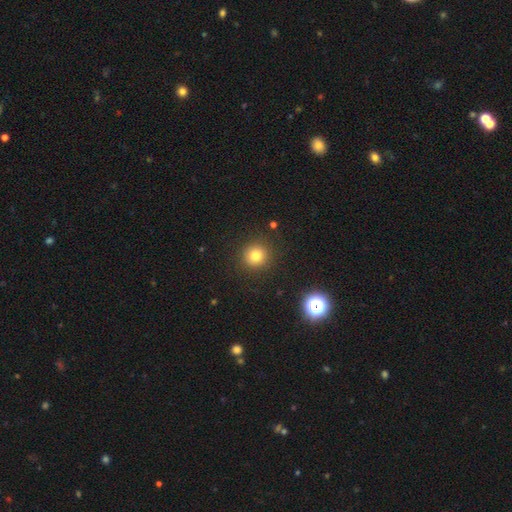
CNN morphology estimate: Smooth or featured: smooth — 78% (star or artifact — 14%)
How rounded: round — 92% (in between — 7%)
Merging: none — 90% (minor disturbance — 6%)